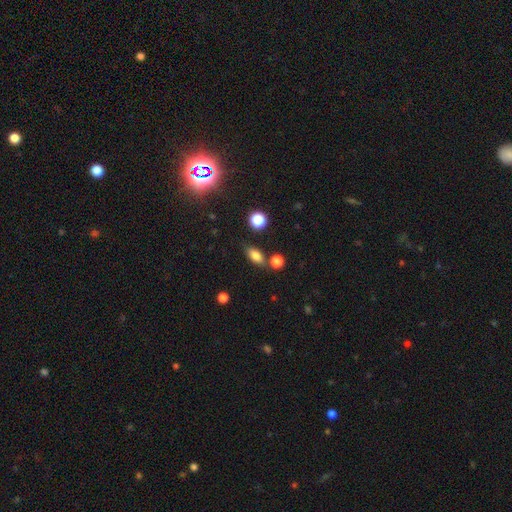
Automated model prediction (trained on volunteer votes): A smooth galaxy with no disk features (80%) that is in between round and cigar-shaped (80%). Merging: none (73%).